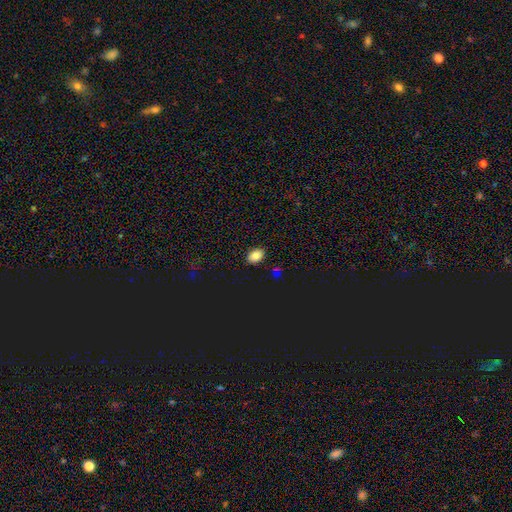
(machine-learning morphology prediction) The model was most divided on "how rounded": in between: 83%, round: 16%, cigar-shaped: 1%. More confident: merging — none (87%); smooth or featured — smooth (81%).